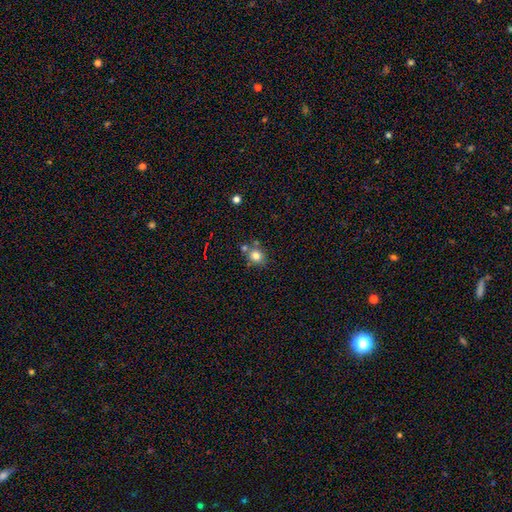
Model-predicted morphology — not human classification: Smooth or featured? Predicted: smooth (p=0.79). How rounded? Predicted: round (p=0.70). Merging? Predicted: none (p=0.64).